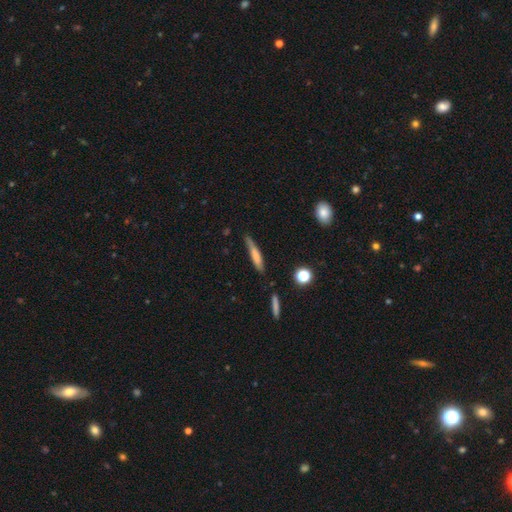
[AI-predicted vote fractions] smooth_or_featured: smooth (p=0.68) [alt: featured or disk p=0.25]
how_rounded: cigar-shaped (p=0.89) [alt: in between p=0.09]
merging: none (p=0.70) [alt: minor disturbance p=0.22]